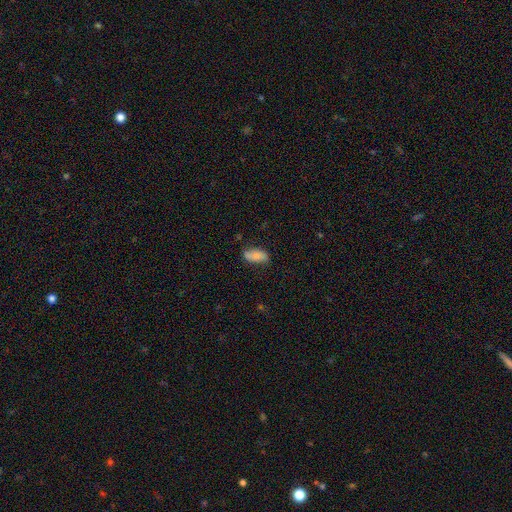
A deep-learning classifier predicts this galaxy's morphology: A smooth galaxy with no disk features (75%) that is in between round and cigar-shaped (88%). Merging: none (70%).